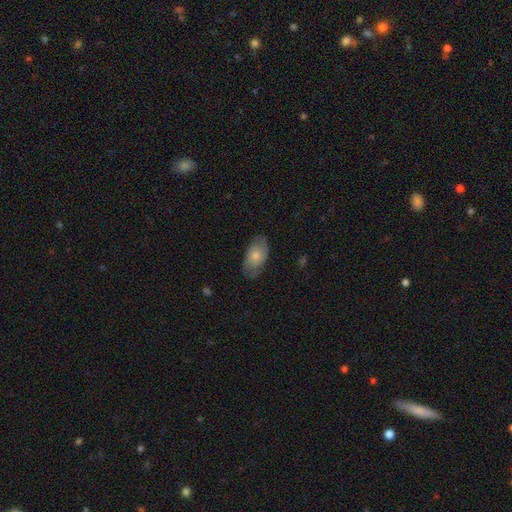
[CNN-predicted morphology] smooth-or-featured: smooth: 61% | featured or disk: 33% | star or artifact: 6%
  how-rounded: in between: 92% | round: 6% | cigar-shaped: 2%
  merging: none: 70% | minor disturbance: 22% | major disturbance: 7% | merger: 1%